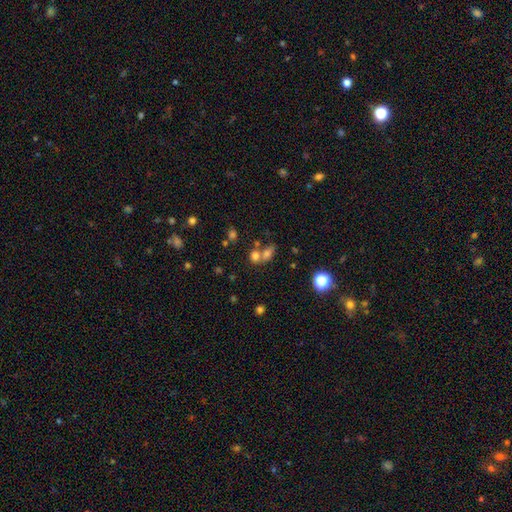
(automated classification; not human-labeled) Smooth or featured: smooth — 71% (star or artifact — 16%)
How rounded: in between — 52% (round — 45%)
Merging: merger — 51% (none — 35%)